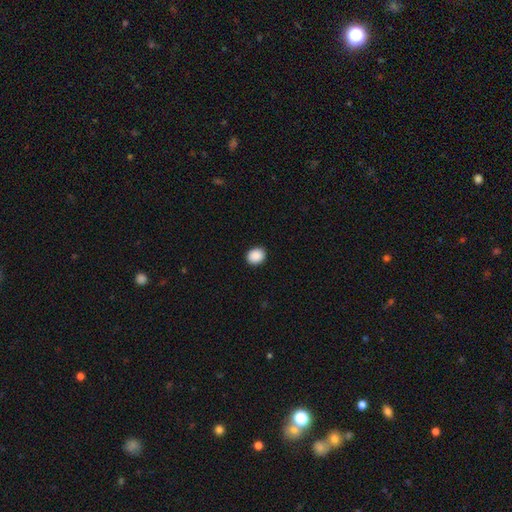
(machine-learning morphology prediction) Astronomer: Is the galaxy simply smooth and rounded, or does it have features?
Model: smooth — 90%.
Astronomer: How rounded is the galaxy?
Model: round — 60% (runner-up: in between, 39%).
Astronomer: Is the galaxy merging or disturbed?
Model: none — 91%.